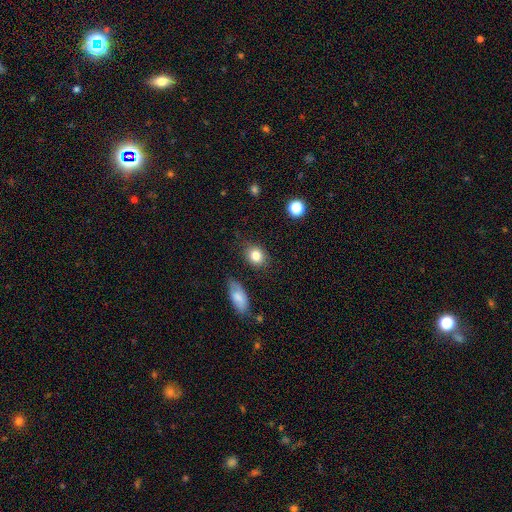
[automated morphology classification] Overall: smooth (83%). How rounded: round (52%; in between 46%). Merging: none (82%).